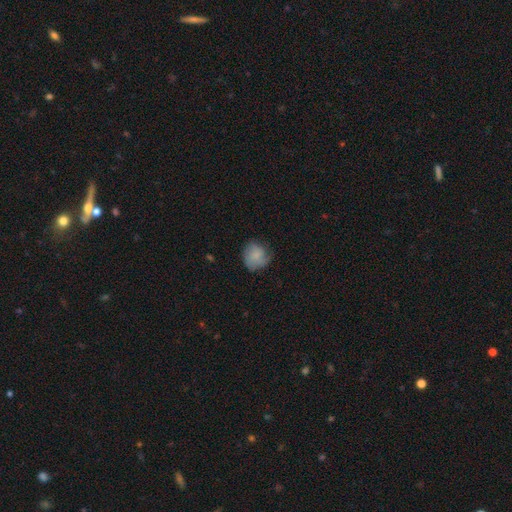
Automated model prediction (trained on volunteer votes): Smooth or featured? Predicted: smooth (p=0.72). How rounded? Predicted: round (p=0.80). Merging? Predicted: none (p=0.60).